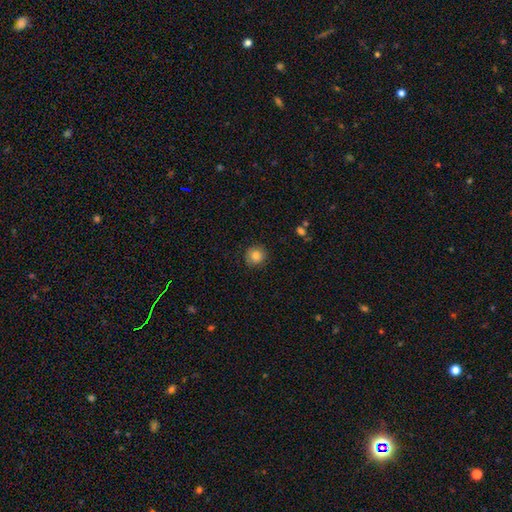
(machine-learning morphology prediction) Smooth or featured: smooth — 84% (star or artifact — 10%)
How rounded: round — 92% (in between — 7%)
Merging: none — 88% (minor disturbance — 9%)